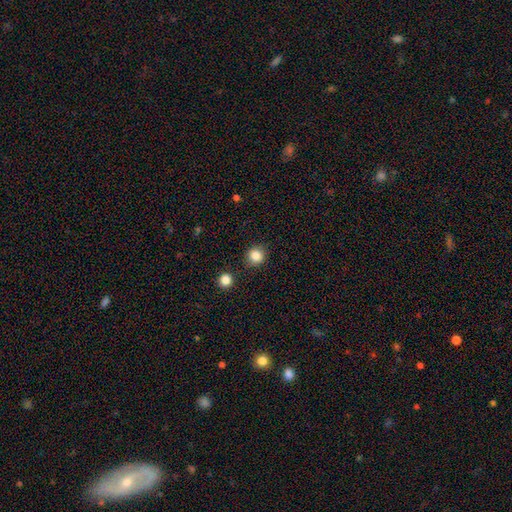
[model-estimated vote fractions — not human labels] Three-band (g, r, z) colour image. It shows a smooth galaxy with no disk features (85%) that is round (91%). Merging: none (88%).